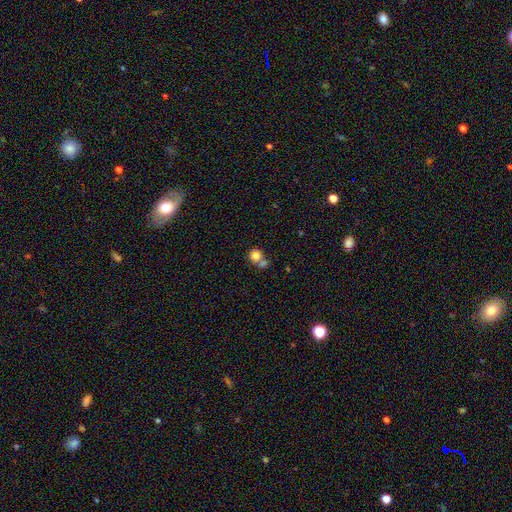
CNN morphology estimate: smooth-or-featured: smooth: 78% | featured or disk: 12% | star or artifact: 11%
  how-rounded: round: 78% | in between: 21% | cigar-shaped: 1%
  merging: merger: 48% | none: 38% | minor disturbance: 9% | major disturbance: 5%